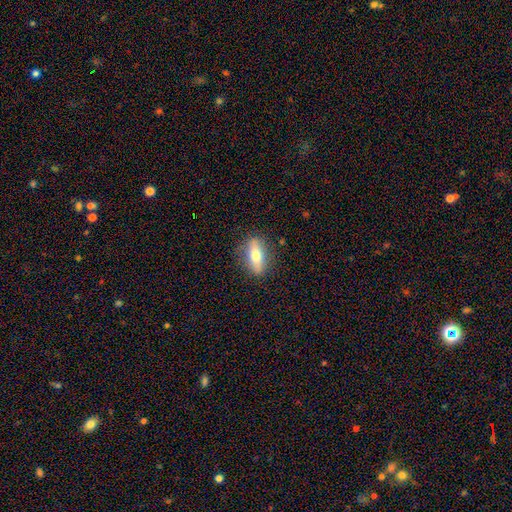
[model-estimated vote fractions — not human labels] This is possibly a smooth galaxy (59%). How rounded: likely in between (64%). Merging: clearly none (84%).